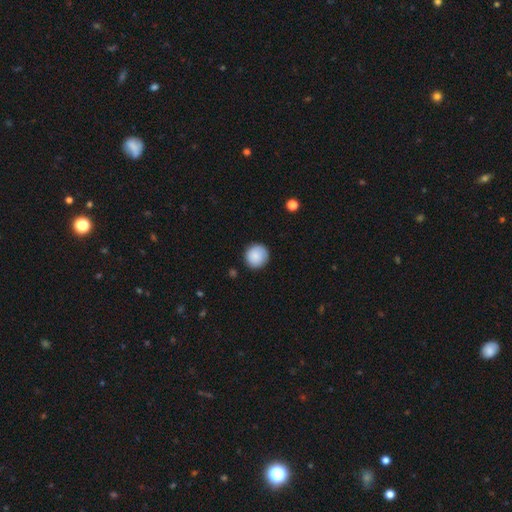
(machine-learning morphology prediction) The model was most divided on "merging": none: 88%, minor disturbance: 8%, major disturbance: 2%, merger: 1%. More confident: how rounded — round (94%); smooth or featured — smooth (87%).